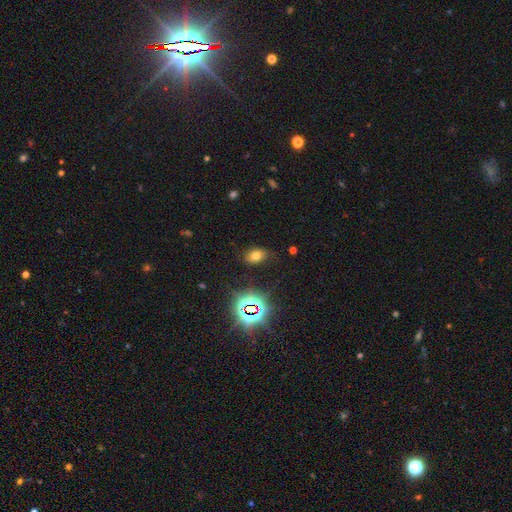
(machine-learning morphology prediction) smooth-or-featured: smooth: 61% | star or artifact: 27% | featured or disk: 12%
  how-rounded: in between: 83% | round: 16% | cigar-shaped: 2%
  merging: none: 79% | minor disturbance: 14% | major disturbance: 5% | merger: 2%